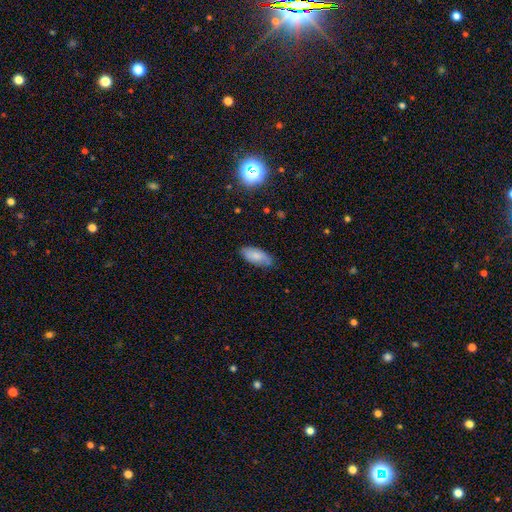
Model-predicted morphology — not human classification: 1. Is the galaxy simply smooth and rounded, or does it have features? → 80% smooth, 13% featured or disk, 7% star or artifact.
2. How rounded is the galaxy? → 89% in between, 9% cigar-shaped, 2% round.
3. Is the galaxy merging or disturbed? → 77% none, 19% minor disturbance, 3% major disturbance, 1% merger.